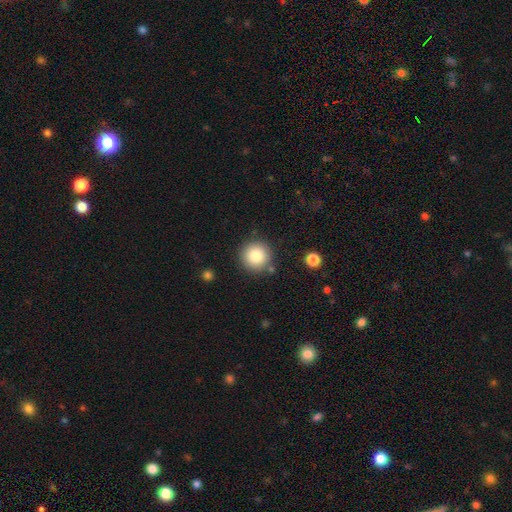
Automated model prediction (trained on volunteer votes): Smooth or featured: smooth — 83% (star or artifact — 10%)
How rounded: round — 95% (in between — 4%)
Merging: none — 86% (minor disturbance — 8%)